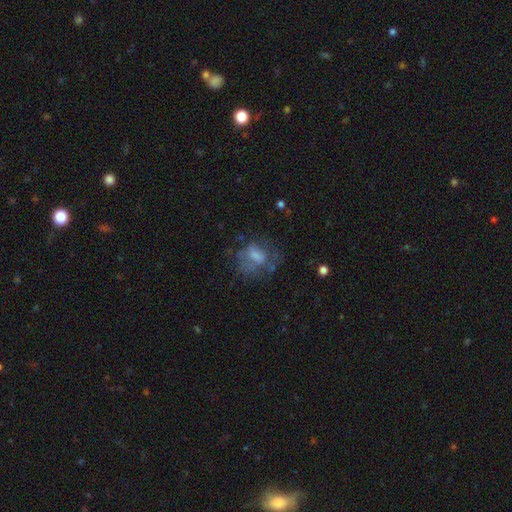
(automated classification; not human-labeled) Smooth or featured?
  - smooth: 49% *
  - featured or disk: 38%
  - star or artifact: 13%
Merging?
  - none: 41% *
  - major disturbance: 33%
  - minor disturbance: 22%
  - merger: 4%